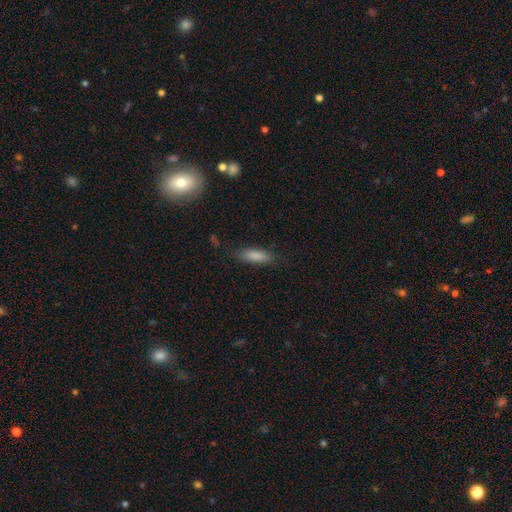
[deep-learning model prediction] Morphology: type=smooth (84%); roundness=in between (53%); merging=none (81%).